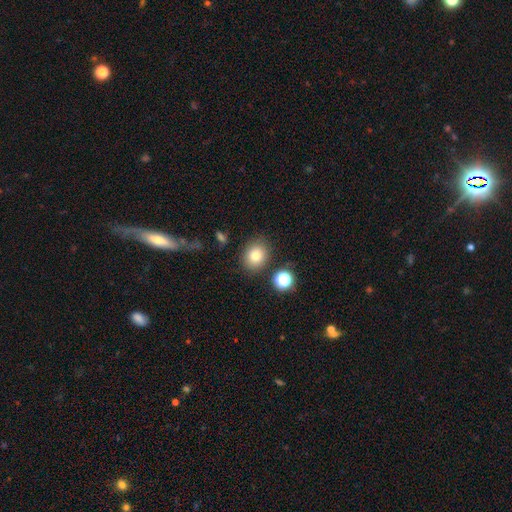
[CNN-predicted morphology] Q: Smooth or featured?
A: smooth (80%); runner-up: star or artifact (12%)
Q: How rounded?
A: round (63%); runner-up: in between (36%)
Q: Merging?
A: none (82%); runner-up: minor disturbance (10%)